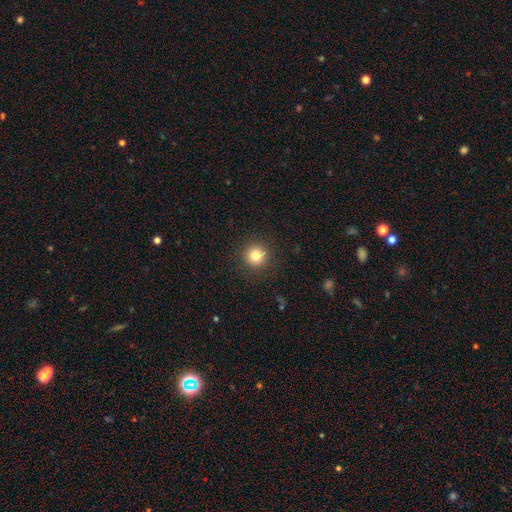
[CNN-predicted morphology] smooth 81%, star or artifact 12%, featured or disk 7%. Down the decision tree: how rounded — round (95%); merging — none (91%).